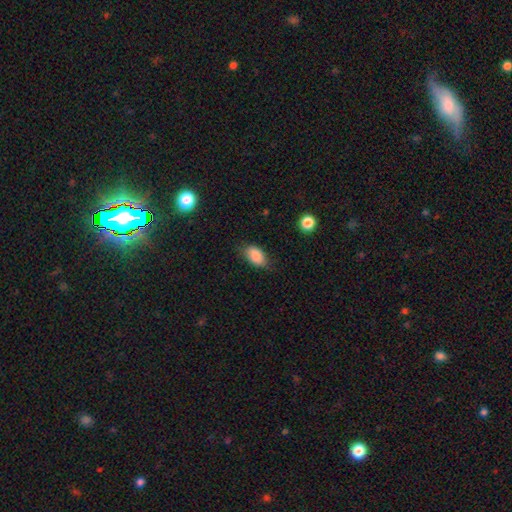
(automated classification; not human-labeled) Smooth or featured? Predicted: smooth (p=0.87). How rounded? Predicted: in between (p=0.91). Merging? Predicted: none (p=0.76).